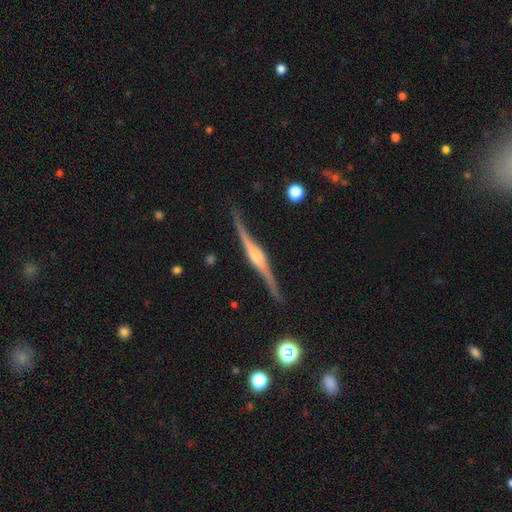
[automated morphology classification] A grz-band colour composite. It shows a featured or disk galaxy (86%) viewed edge-on (96%) with a rounded central bulge (72%). Merging: none (82%).